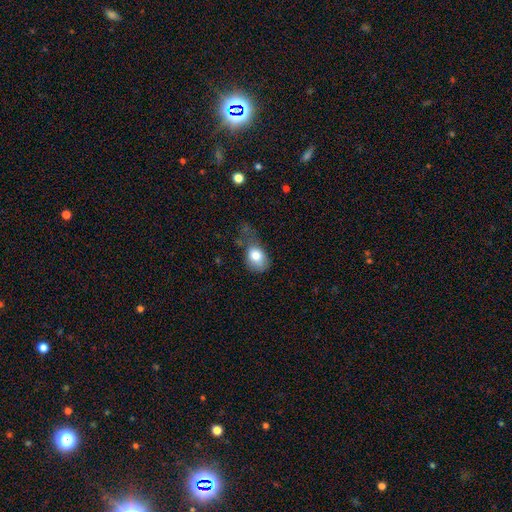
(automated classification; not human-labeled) Morphology: type=smooth (79%); roundness=in between (66%); merging=minor disturbance (35%).